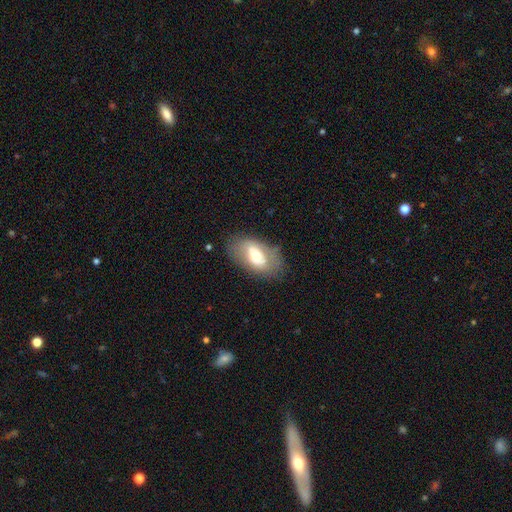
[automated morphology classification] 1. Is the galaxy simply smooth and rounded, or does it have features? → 51% smooth, 42% featured or disk, 7% star or artifact.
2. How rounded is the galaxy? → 91% in between, 7% round, 3% cigar-shaped.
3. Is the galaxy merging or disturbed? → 71% none, 19% minor disturbance, 9% major disturbance, 2% merger.